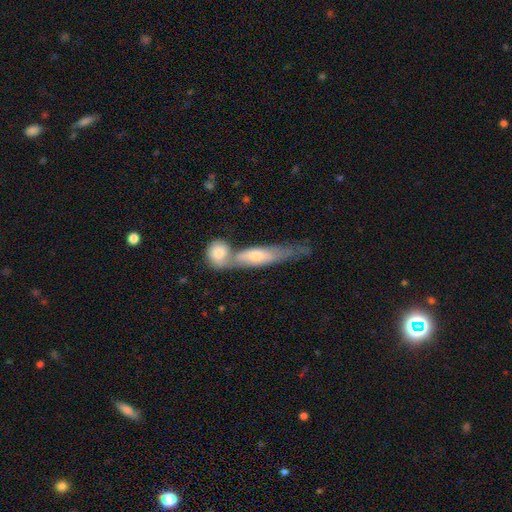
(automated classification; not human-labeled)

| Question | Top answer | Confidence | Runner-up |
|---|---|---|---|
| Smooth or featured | smooth | 51% | featured or disk (43%) |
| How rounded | cigar-shaped | 68% | in between (28%) |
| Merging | merger | 56% | none (24%) |